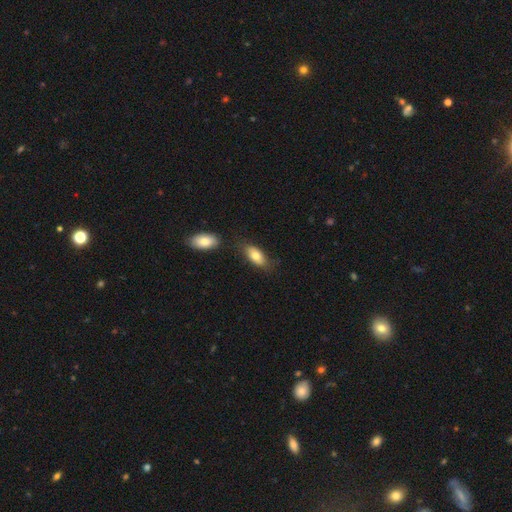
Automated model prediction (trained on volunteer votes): Smooth or featured: smooth — 77% (featured or disk — 16%)
How rounded: in between — 88% (cigar-shaped — 9%)
Merging: none — 68% (minor disturbance — 18%)